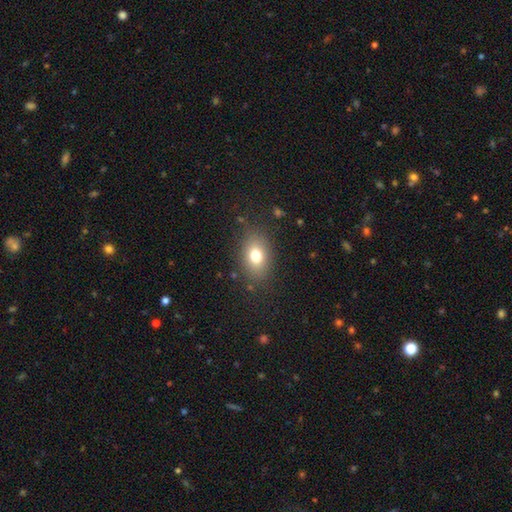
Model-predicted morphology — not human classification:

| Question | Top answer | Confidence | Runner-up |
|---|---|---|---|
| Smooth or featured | smooth | 76% | featured or disk (13%) |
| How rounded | in between | 75% | round (23%) |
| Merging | none | 82% | minor disturbance (12%) |